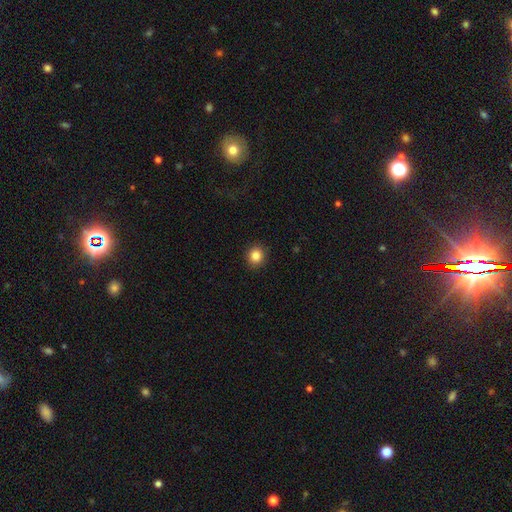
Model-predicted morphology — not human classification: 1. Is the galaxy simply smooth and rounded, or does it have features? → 85% smooth, 10% star or artifact, 5% featured or disk.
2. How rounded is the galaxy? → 86% round, 13% in between, 1% cigar-shaped.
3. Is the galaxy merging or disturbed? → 91% none, 6% minor disturbance, 2% major disturbance, 1% merger.